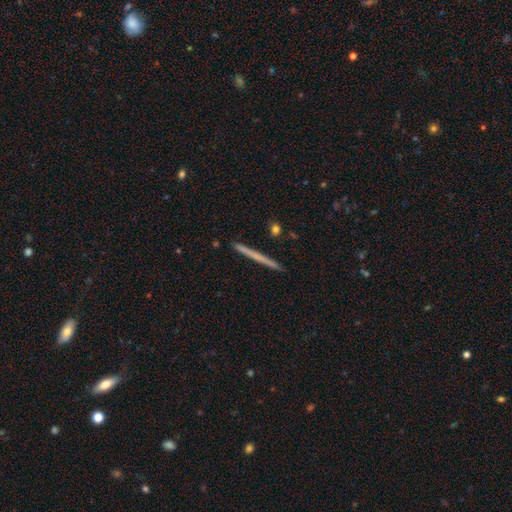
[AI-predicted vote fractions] Smooth or featured: smooth — 49% (featured or disk — 45%)
Merging: none — 92% (minor disturbance — 5%)